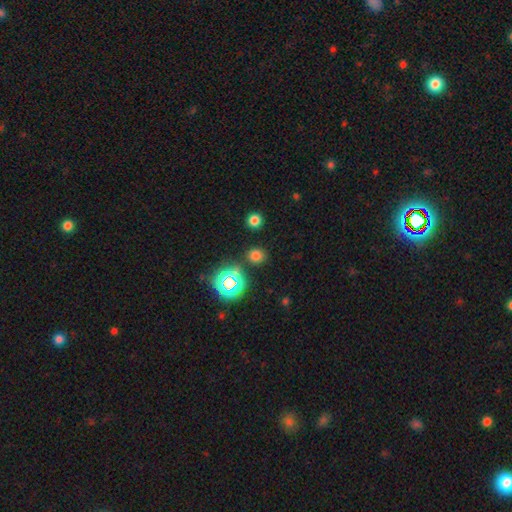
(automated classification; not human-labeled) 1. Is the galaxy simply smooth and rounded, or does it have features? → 67% smooth, 28% star or artifact, 5% featured or disk.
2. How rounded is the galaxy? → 80% round, 19% in between, 1% cigar-shaped.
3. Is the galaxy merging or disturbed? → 85% none, 8% minor disturbance, 4% merger, 3% major disturbance.